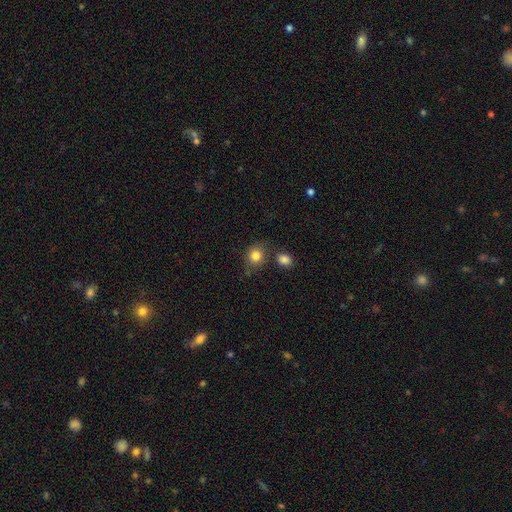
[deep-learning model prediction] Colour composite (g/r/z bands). It shows a smooth galaxy with no disk features (83%) that is round (74%). Merging: none (68%).